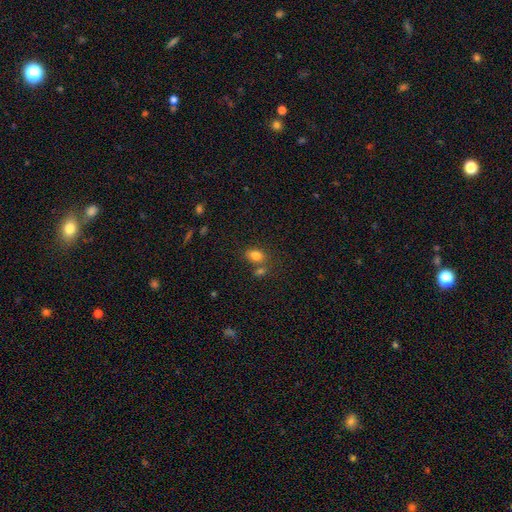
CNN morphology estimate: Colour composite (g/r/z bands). It shows a smooth galaxy with no disk features (82%) that is in between round and cigar-shaped (73%). Merging: none (57%).